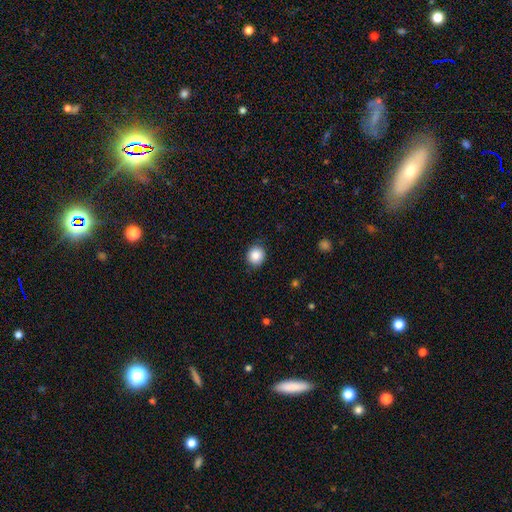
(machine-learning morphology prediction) This appears to be a smooth galaxy with no disk features (86%) that is round (82%). Merging: none (87%).